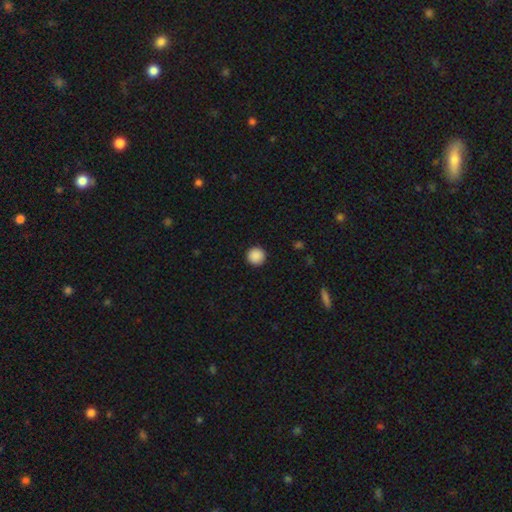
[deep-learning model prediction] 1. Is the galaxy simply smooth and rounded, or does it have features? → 89% smooth, 9% star or artifact, 2% featured or disk.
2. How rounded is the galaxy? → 96% round, 3% in between, 1% cigar-shaped.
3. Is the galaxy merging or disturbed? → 93% none, 5% minor disturbance, 2% major disturbance, 1% merger.